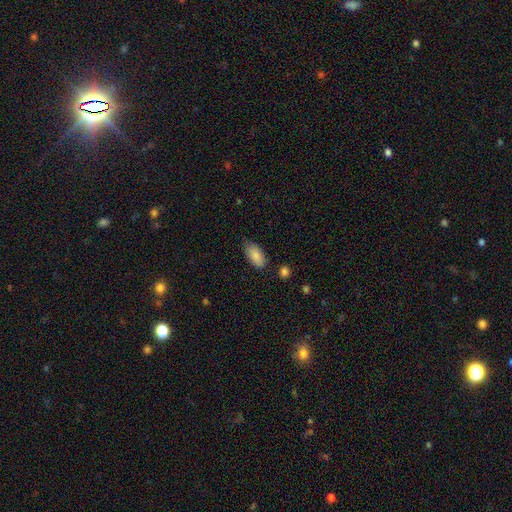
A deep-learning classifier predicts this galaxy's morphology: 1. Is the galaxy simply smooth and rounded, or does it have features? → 87% smooth, 7% star or artifact, 7% featured or disk.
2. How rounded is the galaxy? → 91% in between, 6% cigar-shaped, 3% round.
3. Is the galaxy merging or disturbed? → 76% none, 18% minor disturbance, 3% major disturbance, 2% merger.